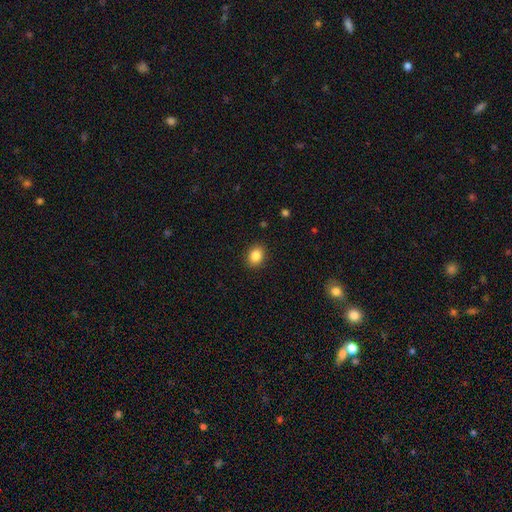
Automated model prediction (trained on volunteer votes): This is clearly a smooth galaxy (85%). How rounded: possibly in between (50%). Merging: clearly none (89%).